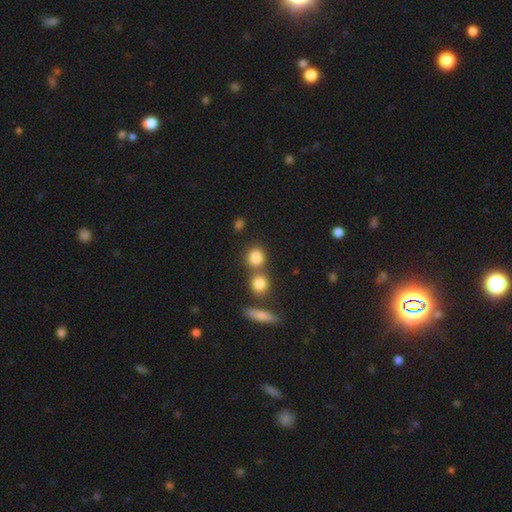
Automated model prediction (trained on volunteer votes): Overall: smooth (83%). How rounded: round (73%). Merging: none (55%; merger 31%).